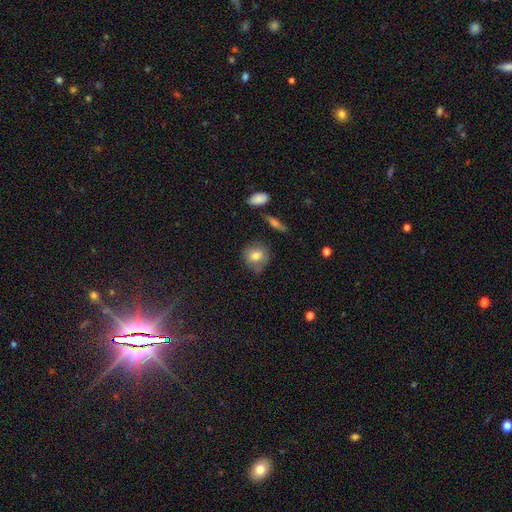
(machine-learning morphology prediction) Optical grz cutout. It shows a smooth galaxy with no disk features (77%) that is round (80%). Merging: none (71%).